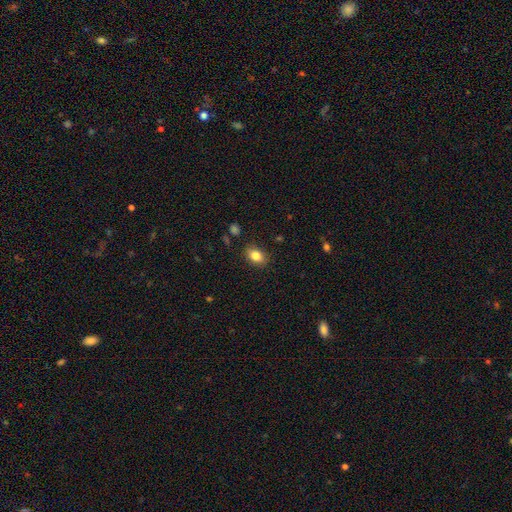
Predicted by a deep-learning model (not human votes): This appears to be a smooth galaxy with no disk features (84%) that is in between round and cigar-shaped (76%). Merging: none (86%).